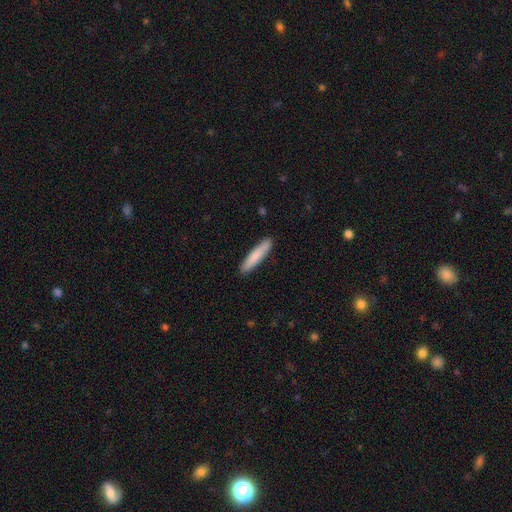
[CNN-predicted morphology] A smooth galaxy with no disk features (81%) that is cigar-shaped (89%). Merging: none (90%).